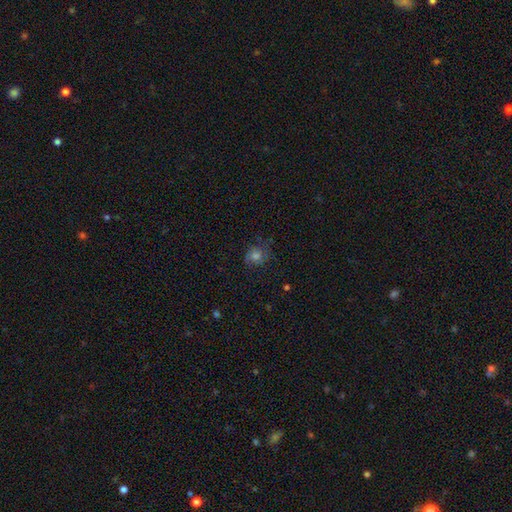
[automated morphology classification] smooth-or-featured: smooth: 49% | featured or disk: 30% | star or artifact: 21%
  merging: none: 69% | minor disturbance: 19% | major disturbance: 11% | merger: 1%